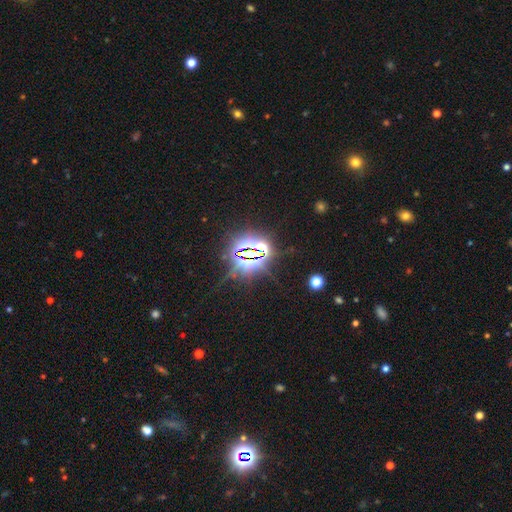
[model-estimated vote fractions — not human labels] A star or artifact, not a galaxy (83%).

Vote fractions:
- Smooth or featured? star or artifact: 83% / smooth: 10% / featured or disk: 8%